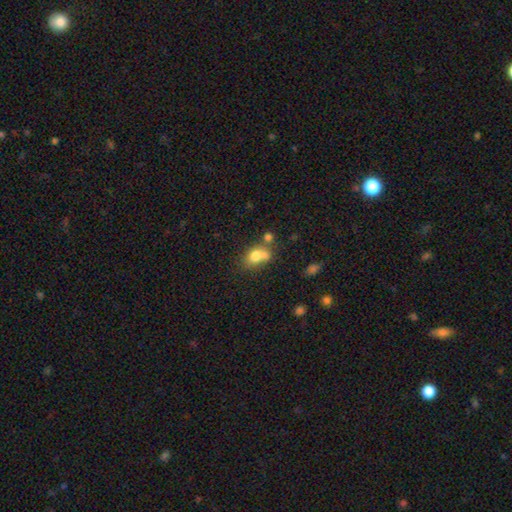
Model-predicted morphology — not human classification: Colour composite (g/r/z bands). It shows a smooth galaxy with no disk features (74%) that is in between round and cigar-shaped (61%). Merging: merger (46%).